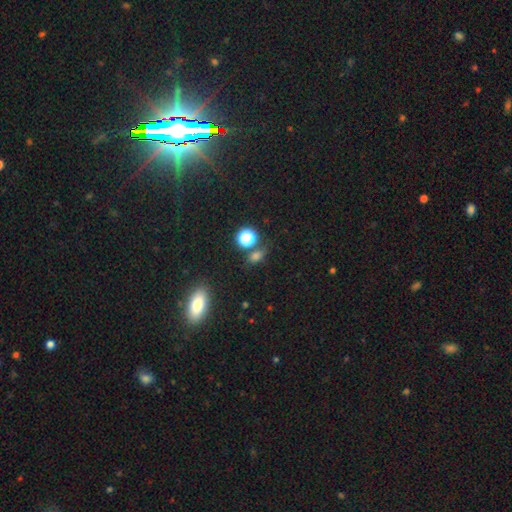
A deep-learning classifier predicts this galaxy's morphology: Overall: smooth (69%). How rounded: in between (57%; round 40%). Merging: none (72%).